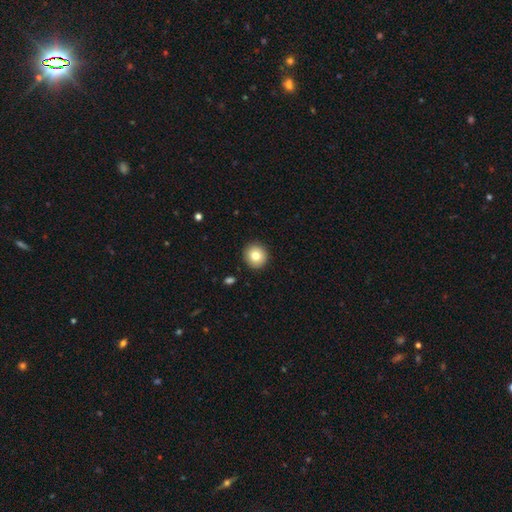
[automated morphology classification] A smooth galaxy with no disk features (81%) that is round (94%).

Vote fractions:
- Smooth or featured? smooth: 81% / featured or disk: 10% / star or artifact: 9%
- How rounded? round: 94% / in between: 5% / cigar-shaped: 1%
- Merging? none: 92% / minor disturbance: 5% / major disturbance: 2% / merger: 1%